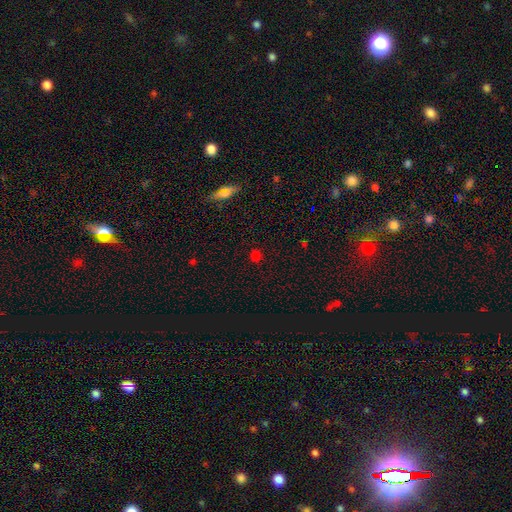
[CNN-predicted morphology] smooth_or_featured: smooth (p=0.69) [alt: star or artifact p=0.27]
how_rounded: round (p=0.82) [alt: in between p=0.16]
merging: none (p=0.88) [alt: minor disturbance p=0.08]